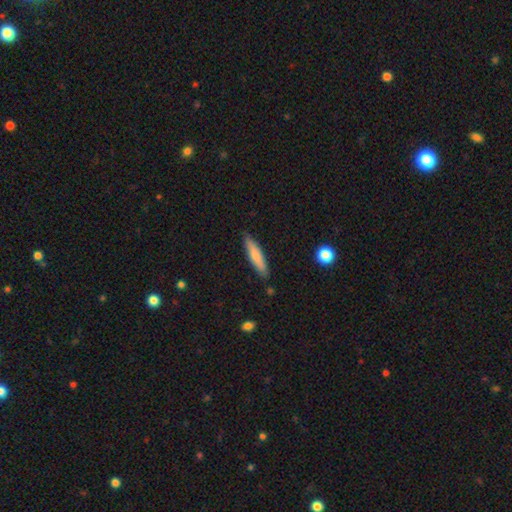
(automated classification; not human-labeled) This appears to be a smooth galaxy with no disk features (74%) that is cigar-shaped (80%). Merging: none (85%).